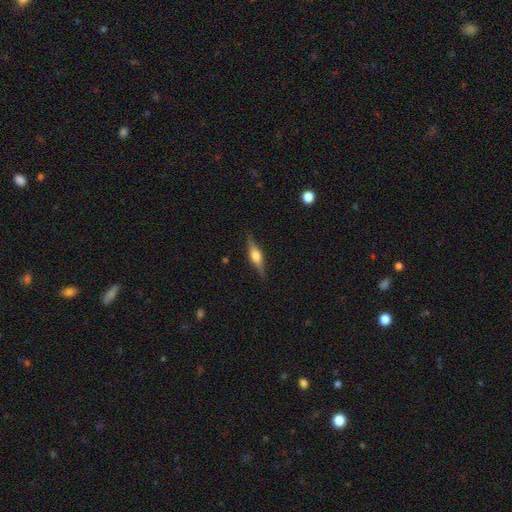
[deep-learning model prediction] A featured or disk galaxy (61%) viewed edge-on (95%) with a rounded central bulge (87%). Merging: none (86%).